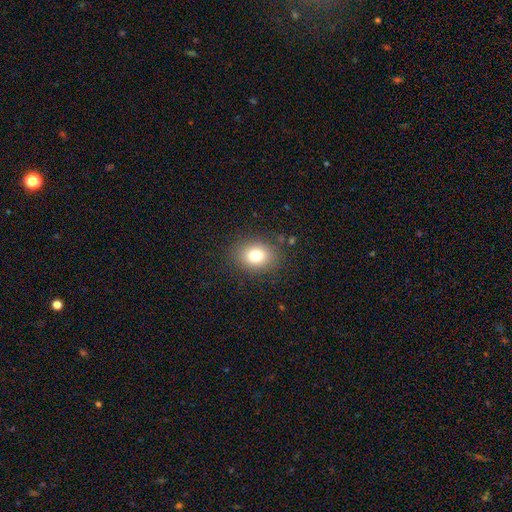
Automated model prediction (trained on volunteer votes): Q: Smooth or featured?
A: smooth (78%); runner-up: star or artifact (12%)
Q: How rounded?
A: in between (51%); runner-up: round (48%)
Q: Merging?
A: none (85%); runner-up: minor disturbance (9%)